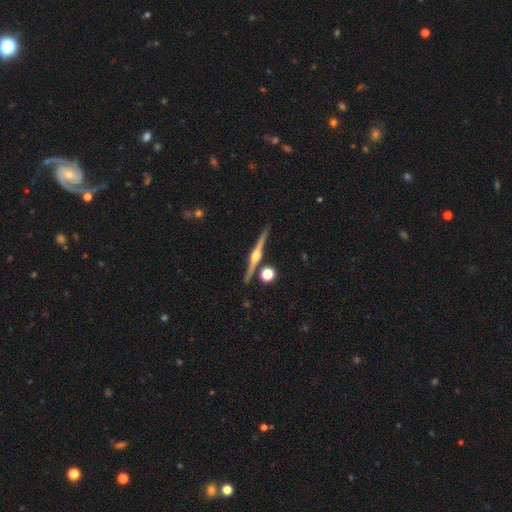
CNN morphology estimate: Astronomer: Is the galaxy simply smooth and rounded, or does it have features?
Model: featured or disk — 87%.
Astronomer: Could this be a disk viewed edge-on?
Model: yes — 98%.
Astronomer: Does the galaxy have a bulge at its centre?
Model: rounded — 95%.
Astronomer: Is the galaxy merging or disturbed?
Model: none — 88%.